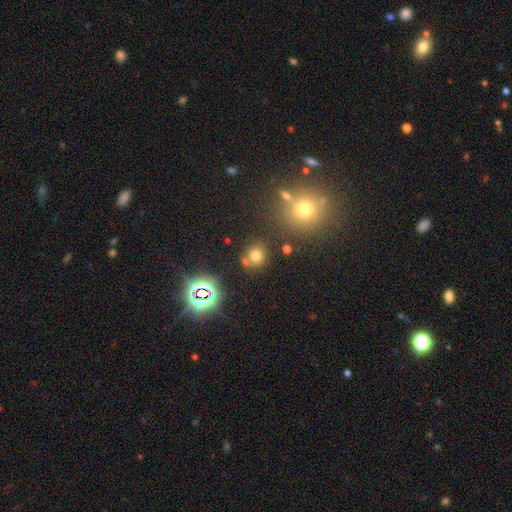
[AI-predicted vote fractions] Morphology: type=smooth (67%); roundness=round (83%); merging=none (72%).